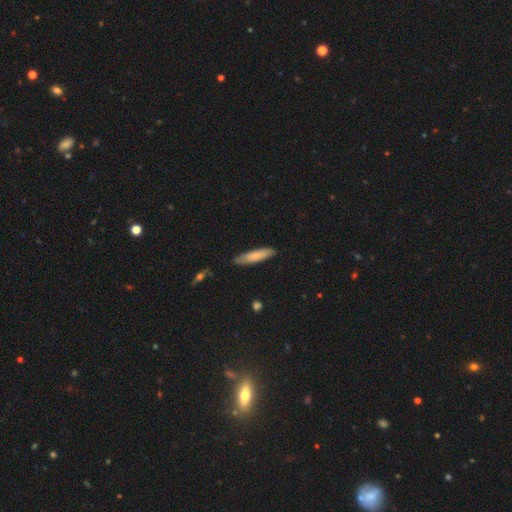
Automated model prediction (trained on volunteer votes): Overall: smooth (76%). How rounded: cigar-shaped (75%). Merging: none (86%).